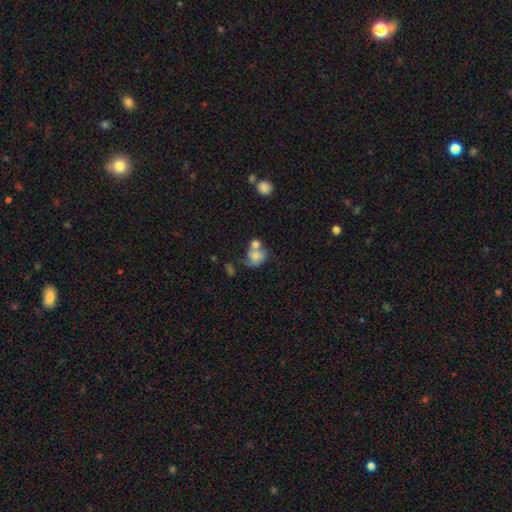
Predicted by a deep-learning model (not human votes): smooth_or_featured: smooth (p=0.65) [alt: featured or disk p=0.26]
how_rounded: round (p=0.51) [alt: in between p=0.48]
merging: merger (p=0.51) [alt: none p=0.24]